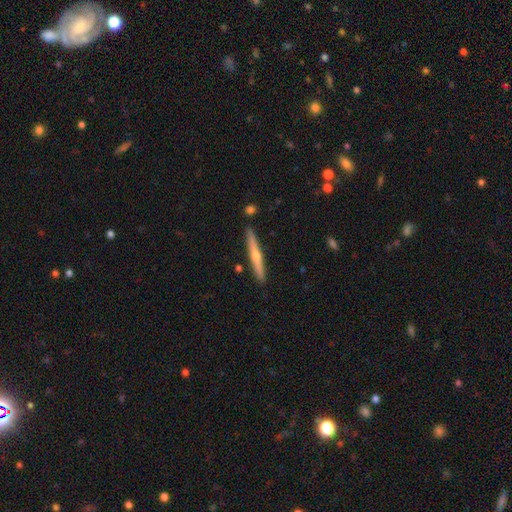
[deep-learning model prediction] Morphology: type=featured or disk (60%); edge-on=yes (97%); edge-on bulge=rounded (82%); merging=none (89%).